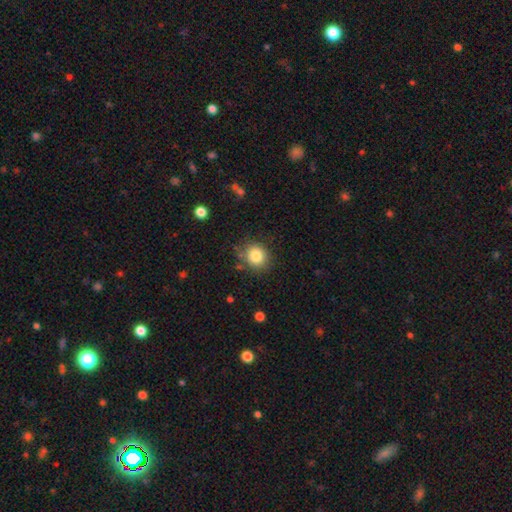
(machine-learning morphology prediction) Overall: smooth (83%). How rounded: round (79%). Merging: none (83%).